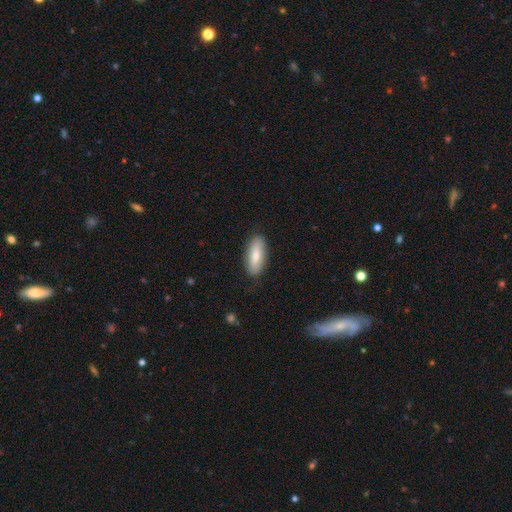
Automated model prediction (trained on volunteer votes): Overall: smooth (77%). How rounded: in between (76%). Merging: none (85%).